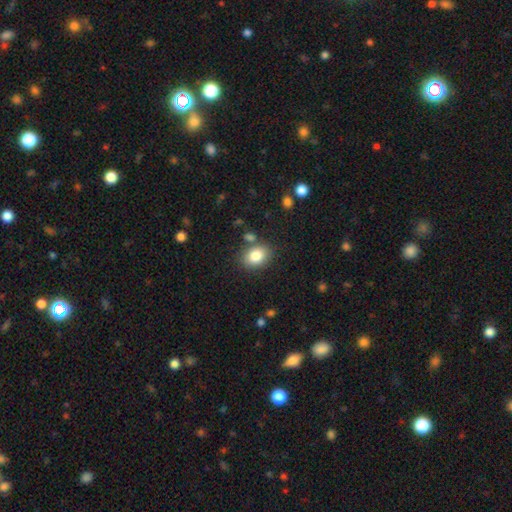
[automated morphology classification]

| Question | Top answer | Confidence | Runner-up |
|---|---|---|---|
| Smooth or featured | smooth | 83% | star or artifact (9%) |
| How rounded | in between | 68% | round (31%) |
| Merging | none | 78% | minor disturbance (12%) |